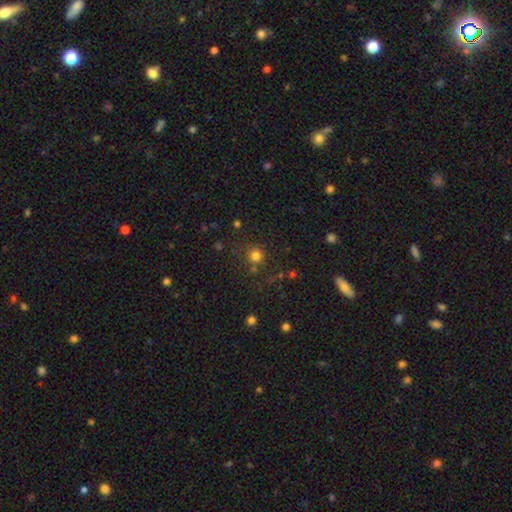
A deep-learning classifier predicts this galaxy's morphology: Smooth or featured?
  - smooth: 77% *
  - star or artifact: 17%
  - featured or disk: 6%
How rounded?
  - round: 93% *
  - in between: 6%
  - cigar-shaped: 1%
Merging?
  - none: 78% *
  - minor disturbance: 10%
  - merger: 8%
  - major disturbance: 4%